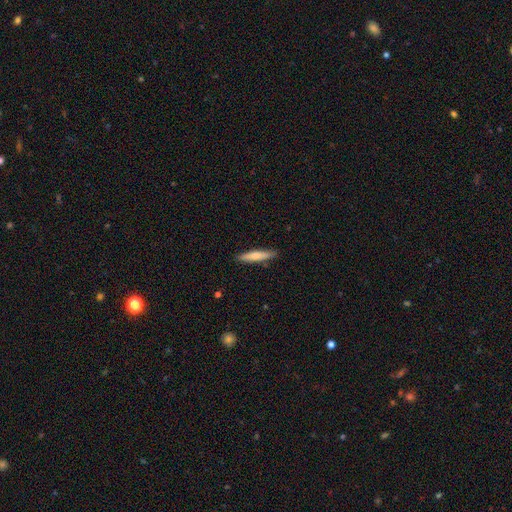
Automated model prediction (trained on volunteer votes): smooth-or-featured: smooth: 69% | featured or disk: 25% | star or artifact: 6%
  how-rounded: cigar-shaped: 88% | in between: 11% | round: 1%
  merging: none: 88% | minor disturbance: 9% | major disturbance: 2% | merger: 1%